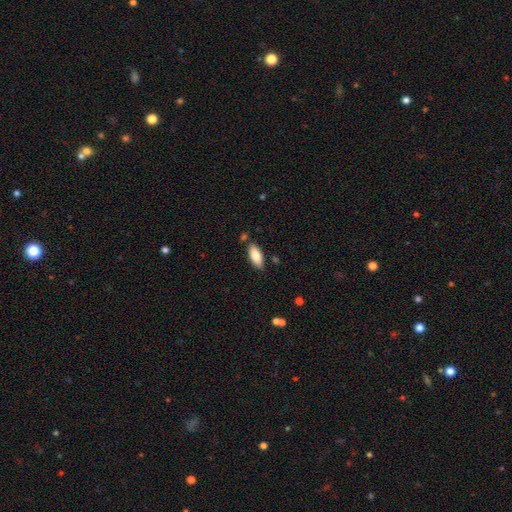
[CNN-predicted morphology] Q: Smooth or featured?
A: smooth (83%); runner-up: featured or disk (10%)
Q: How rounded?
A: in between (82%); runner-up: cigar-shaped (17%)
Q: Merging?
A: none (83%); runner-up: minor disturbance (12%)